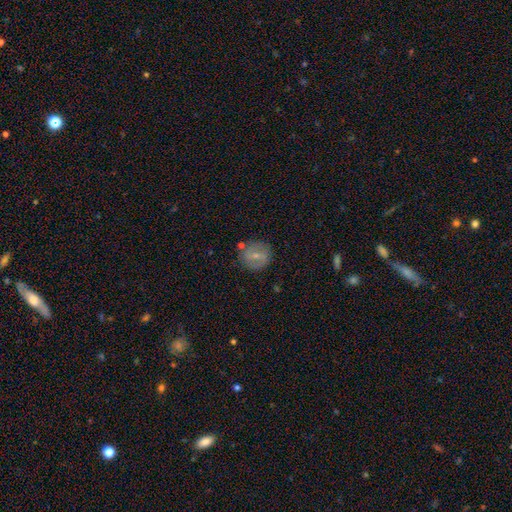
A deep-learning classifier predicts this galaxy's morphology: Q: Smooth or featured?
A: smooth (51%); runner-up: featured or disk (40%)
Q: How rounded?
A: round (85%); runner-up: in between (13%)
Q: Merging?
A: none (79%); runner-up: minor disturbance (13%)